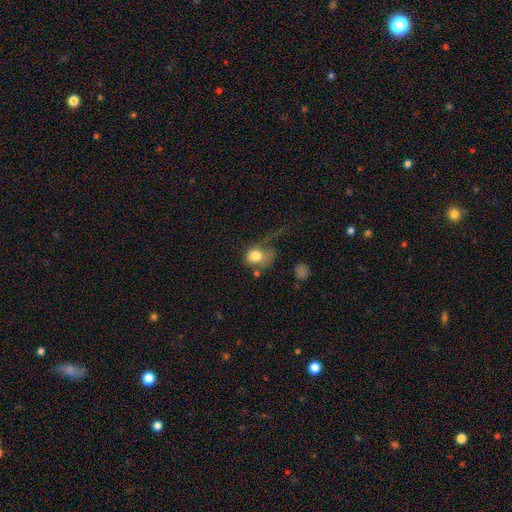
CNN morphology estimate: Smooth or featured? Predicted: smooth (p=0.73). How rounded? Predicted: round (p=0.55). Merging? Predicted: major disturbance (p=0.53).